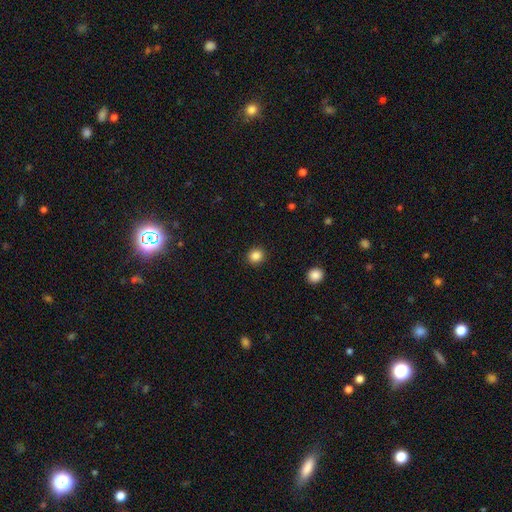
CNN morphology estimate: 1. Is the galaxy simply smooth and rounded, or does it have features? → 86% smooth, 11% star or artifact, 3% featured or disk.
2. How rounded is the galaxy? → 86% round, 13% in between, 1% cigar-shaped.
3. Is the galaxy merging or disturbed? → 92% none, 5% minor disturbance, 2% major disturbance, 1% merger.